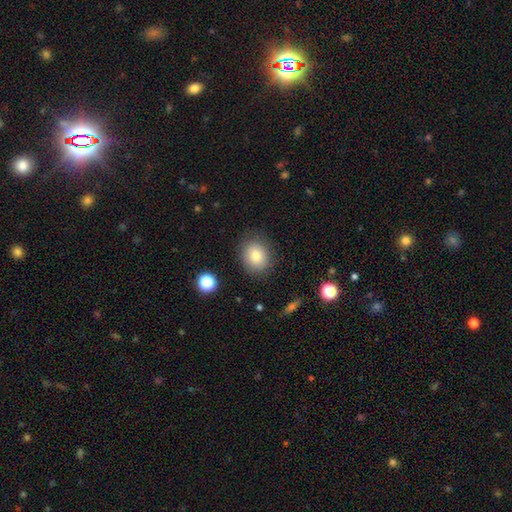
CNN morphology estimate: smooth_or_featured: smooth (p=0.81) [alt: star or artifact p=0.10]
how_rounded: round (p=0.63) [alt: in between p=0.36]
merging: none (p=0.84) [alt: minor disturbance p=0.11]